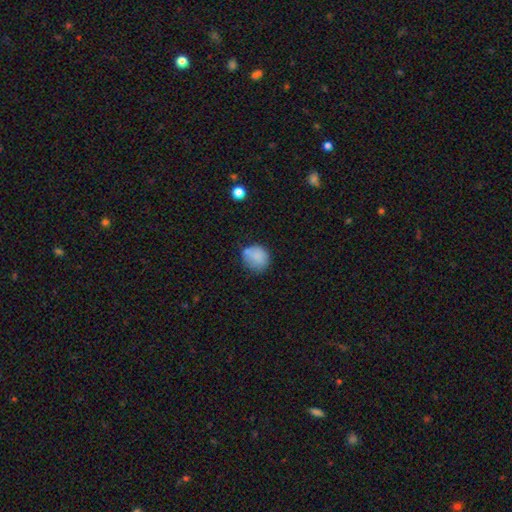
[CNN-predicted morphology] smooth_or_featured: smooth (p=0.80) [alt: featured or disk p=0.11]
how_rounded: round (p=0.75) [alt: in between p=0.24]
merging: none (p=0.56) [alt: minor disturbance p=0.29]